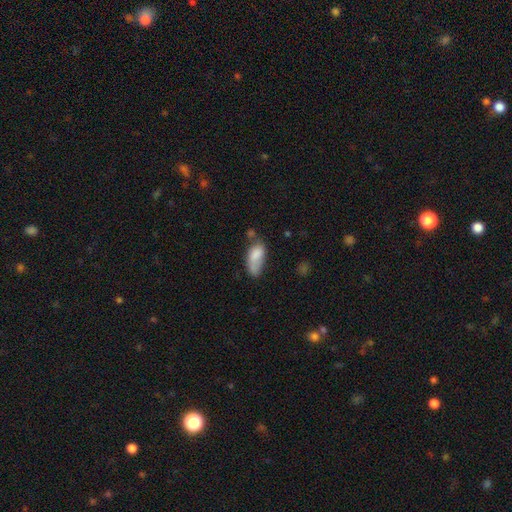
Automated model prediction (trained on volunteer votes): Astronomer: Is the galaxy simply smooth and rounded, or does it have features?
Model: smooth — 77%.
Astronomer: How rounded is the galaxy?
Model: in between — 87%.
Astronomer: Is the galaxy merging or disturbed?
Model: none — 33% (runner-up: minor disturbance, 30%).